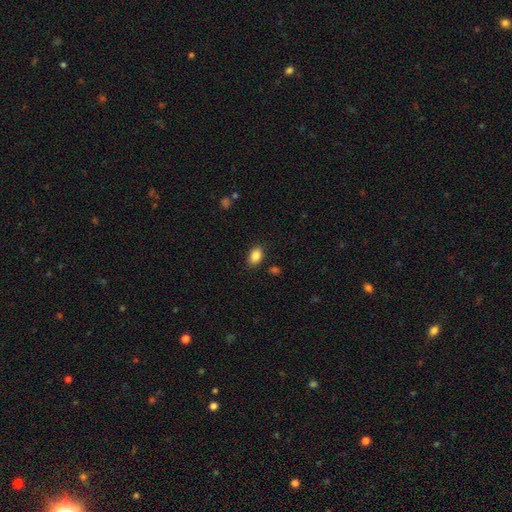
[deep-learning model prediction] A smooth galaxy with no disk features (87%) that is in between round and cigar-shaped (85%).

Vote fractions:
- Smooth or featured? smooth: 87% / star or artifact: 9% / featured or disk: 5%
- How rounded? in between: 85% / round: 14% / cigar-shaped: 1%
- Merging? none: 85% / minor disturbance: 10% / major disturbance: 3% / merger: 2%